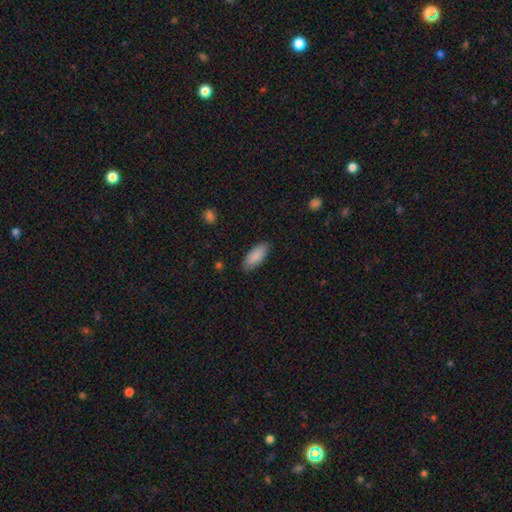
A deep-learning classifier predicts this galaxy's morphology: Smooth or featured? Predicted: smooth (p=0.89). How rounded? Predicted: in between (p=0.84). Merging? Predicted: none (p=0.86).